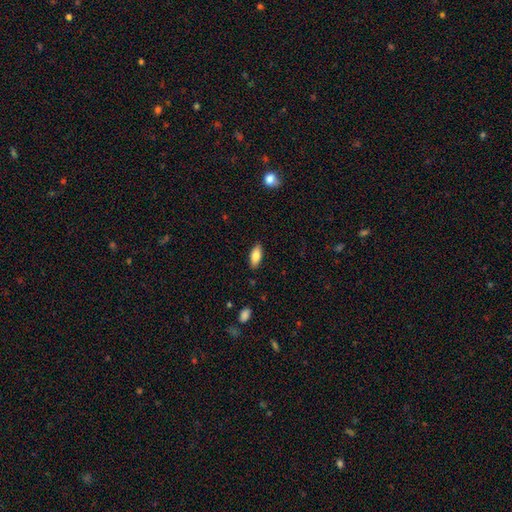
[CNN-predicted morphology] Smooth or featured: smooth — 82% (featured or disk — 11%)
How rounded: in between — 85% (cigar-shaped — 13%)
Merging: none — 87% (minor disturbance — 10%)